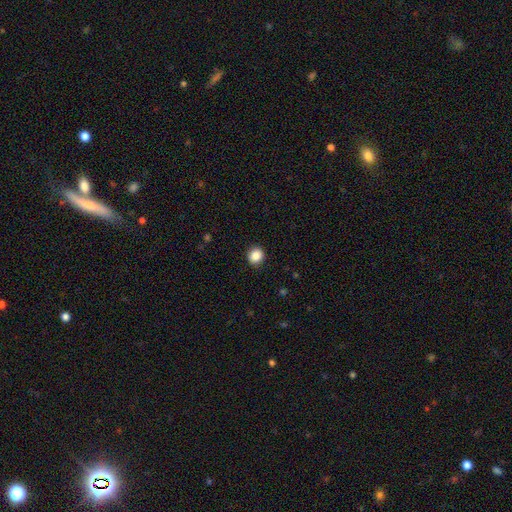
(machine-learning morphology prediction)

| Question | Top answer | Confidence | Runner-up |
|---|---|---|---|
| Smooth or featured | smooth | 87% | star or artifact (9%) |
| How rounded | round | 86% | in between (13%) |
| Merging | none | 91% | minor disturbance (6%) |